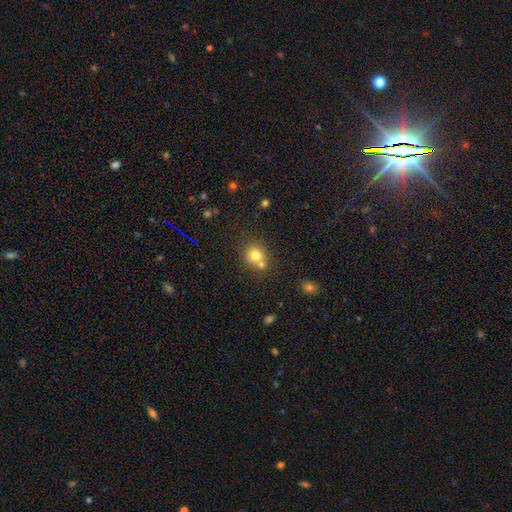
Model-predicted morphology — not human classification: Overall: smooth (76%). How rounded: round (81%). Merging: none (56%; merger 31%).